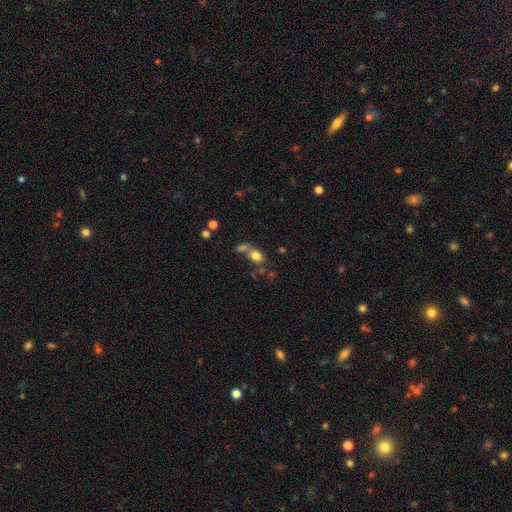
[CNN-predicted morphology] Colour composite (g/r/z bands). It shows a smooth galaxy with no disk features (78%) that is in between round and cigar-shaped (60%). Merging: none (43%).